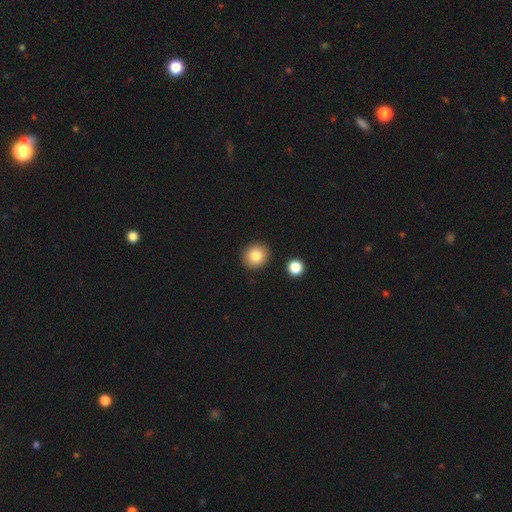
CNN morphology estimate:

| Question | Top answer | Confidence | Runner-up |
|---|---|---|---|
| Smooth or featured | smooth | 82% | star or artifact (10%) |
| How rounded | round | 84% | in between (15%) |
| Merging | none | 90% | minor disturbance (6%) |